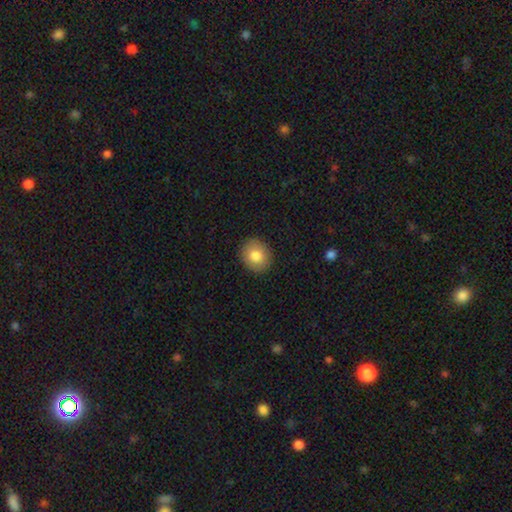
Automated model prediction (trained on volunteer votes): A smooth galaxy with no disk features (81%) that is round (75%).

Vote fractions:
- Smooth or featured? smooth: 81% / featured or disk: 10% / star or artifact: 8%
- How rounded? round: 75% / in between: 24% / cigar-shaped: 1%
- Merging? none: 91% / minor disturbance: 6% / major disturbance: 2% / merger: 1%